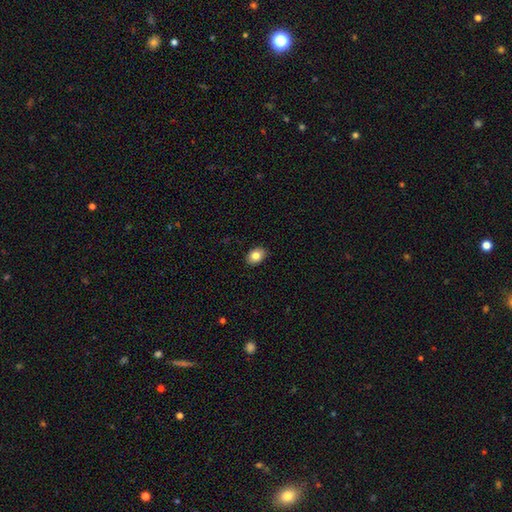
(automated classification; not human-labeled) Q: Smooth or featured?
A: smooth (82%); runner-up: featured or disk (9%)
Q: How rounded?
A: in between (73%); runner-up: round (26%)
Q: Merging?
A: none (89%); runner-up: minor disturbance (8%)